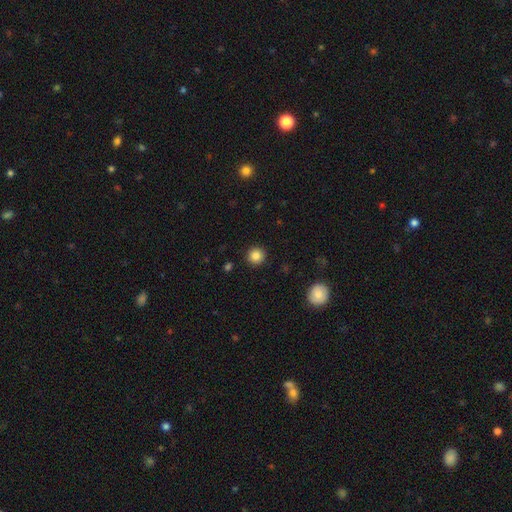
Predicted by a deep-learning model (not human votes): This is clearly a smooth galaxy (86%). How rounded: clearly round (94%). Merging: clearly none (92%).